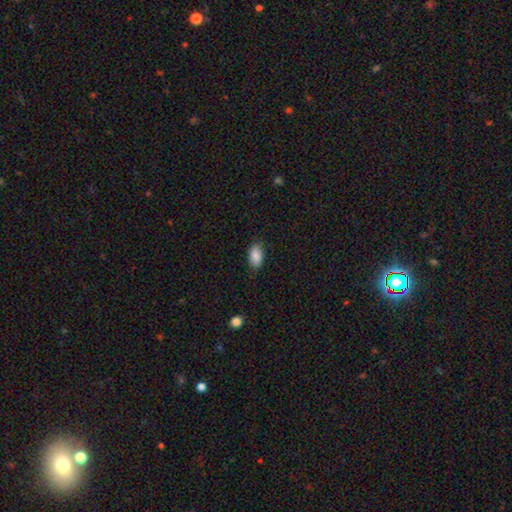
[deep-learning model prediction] Morphology: type=smooth (88%); roundness=in between (93%); merging=none (83%).